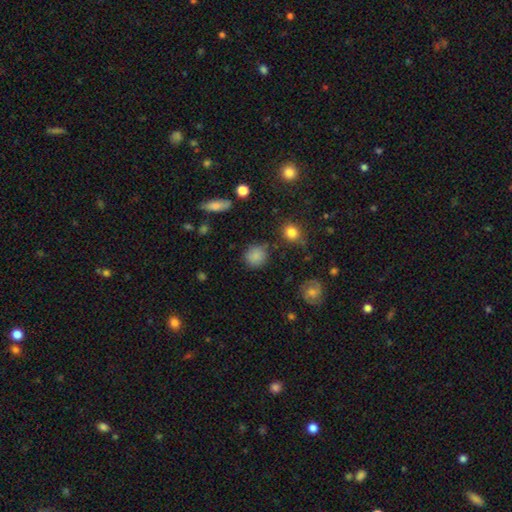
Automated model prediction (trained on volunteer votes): Smooth or featured? Predicted: smooth (p=0.83). How rounded? Predicted: round (p=0.86). Merging? Predicted: none (p=0.80).